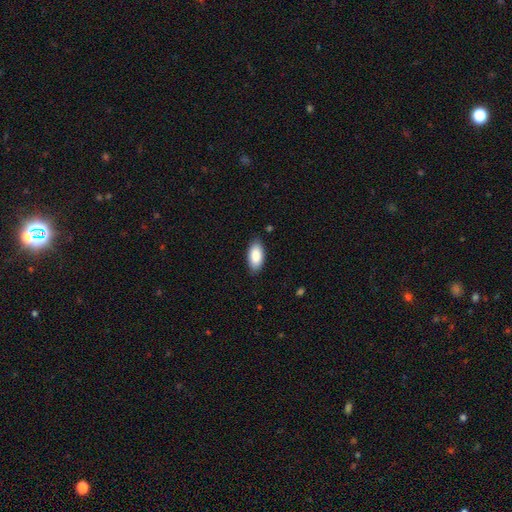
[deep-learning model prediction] This appears to be a smooth galaxy with no disk features (88%) that is in between round and cigar-shaped (93%). Merging: none (86%).